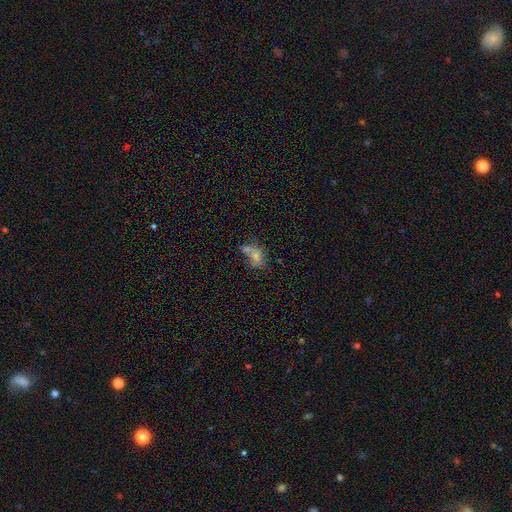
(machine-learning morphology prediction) Smooth or featured? Predicted: smooth (p=0.65). How rounded? Predicted: in between (p=0.72). Merging? Predicted: merger (p=0.50).